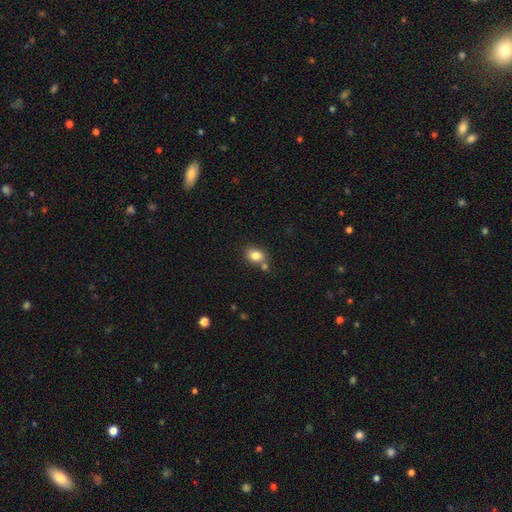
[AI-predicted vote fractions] The model was most divided on "how rounded": in between: 58%, round: 41%, cigar-shaped: 1%. More confident: smooth or featured — smooth (82%); merging — none (60%).